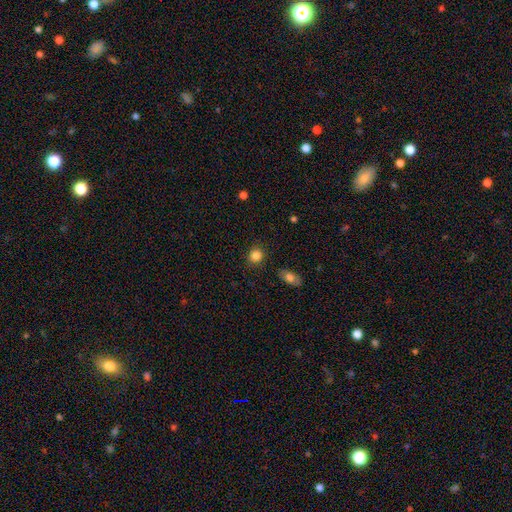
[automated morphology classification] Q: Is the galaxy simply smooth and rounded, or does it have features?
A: smooth — 85%.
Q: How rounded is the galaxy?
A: round — 82%.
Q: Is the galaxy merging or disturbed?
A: none — 87%.